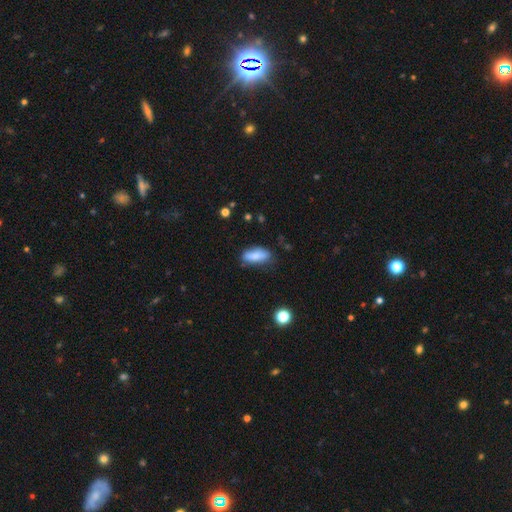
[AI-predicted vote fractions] smooth 78%, featured or disk 14%, star or artifact 7%. Down the decision tree: how rounded — in between (70%); merging — none (67%).